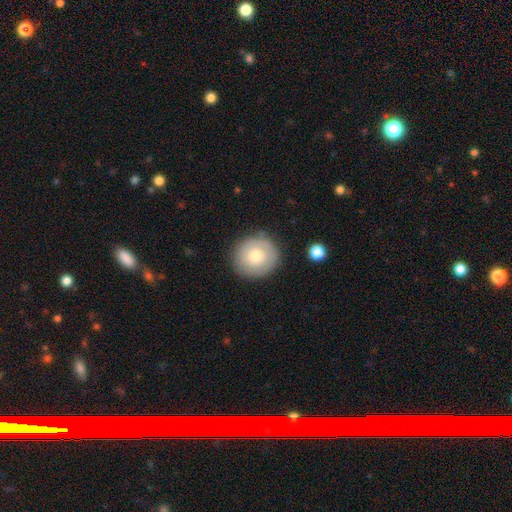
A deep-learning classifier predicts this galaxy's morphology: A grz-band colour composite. It shows a smooth galaxy with no disk features (71%) that is round (91%). Merging: none (84%).